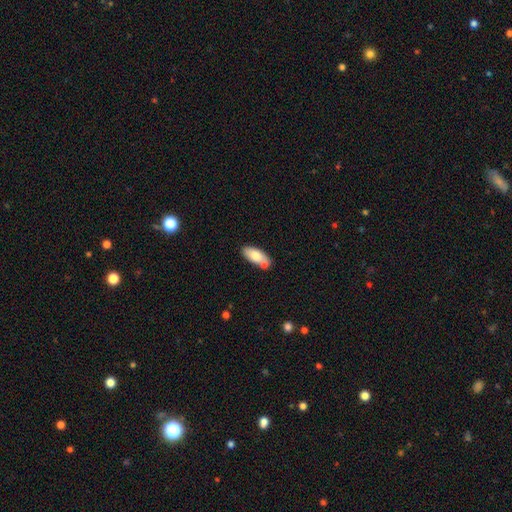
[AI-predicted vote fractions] smooth-or-featured: smooth: 76% | featured or disk: 18% | star or artifact: 6%
  how-rounded: in between: 86% | cigar-shaped: 11% | round: 2%
  merging: none: 61% | merger: 19% | minor disturbance: 16% | major disturbance: 3%